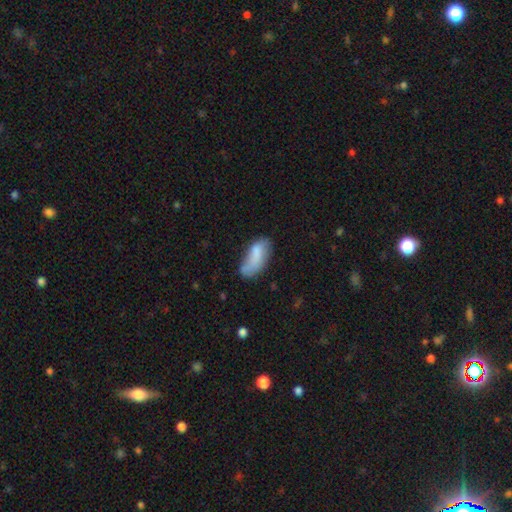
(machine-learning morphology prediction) This appears to be a smooth galaxy with no disk features (77%) that is in between round and cigar-shaped (88%). Merging: none (44%).